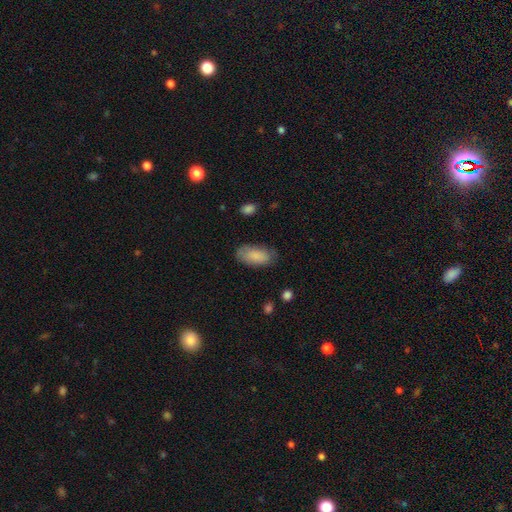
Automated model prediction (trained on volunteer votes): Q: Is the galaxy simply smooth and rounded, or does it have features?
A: smooth — 86%.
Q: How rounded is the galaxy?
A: in between — 92%.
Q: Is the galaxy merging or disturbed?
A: none — 75%.